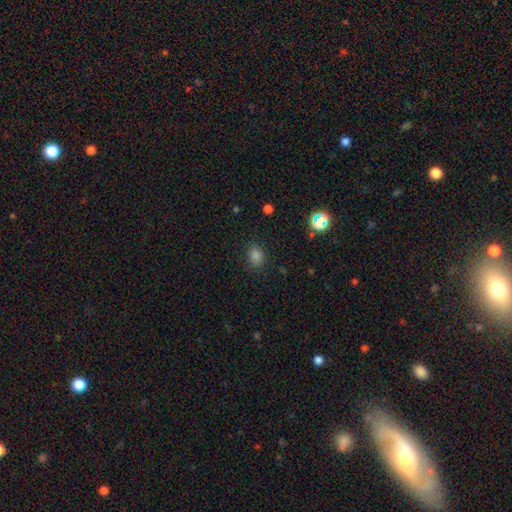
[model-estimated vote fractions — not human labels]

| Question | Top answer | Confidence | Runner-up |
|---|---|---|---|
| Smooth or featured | smooth | 79% | star or artifact (17%) |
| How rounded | round | 53% | in between (46%) |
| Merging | none | 84% | minor disturbance (11%) |